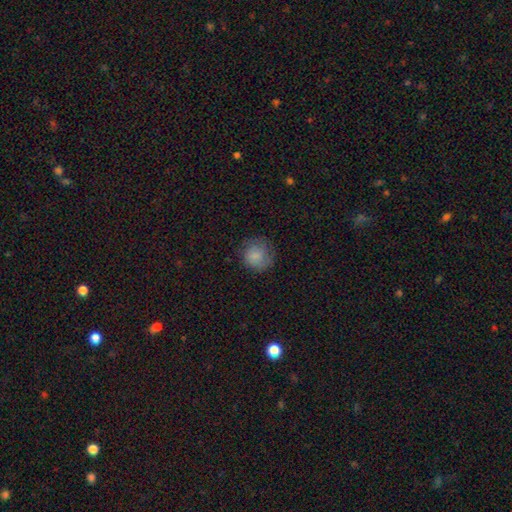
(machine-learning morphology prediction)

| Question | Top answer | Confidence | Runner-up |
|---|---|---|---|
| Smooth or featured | smooth | 81% | featured or disk (11%) |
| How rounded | round | 88% | in between (11%) |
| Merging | none | 71% | minor disturbance (20%) |